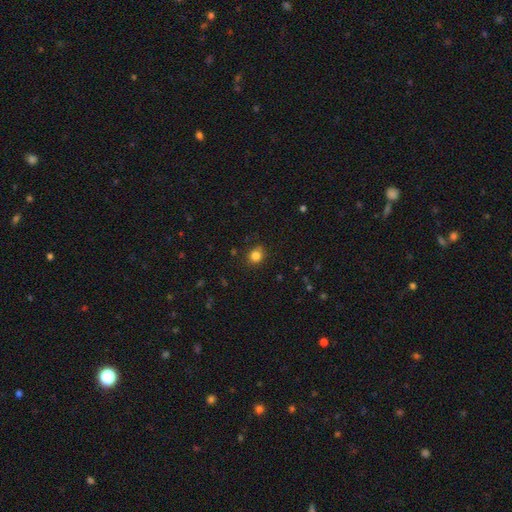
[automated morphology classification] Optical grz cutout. It shows a smooth galaxy with no disk features (82%) that is round (80%). Merging: none (84%).